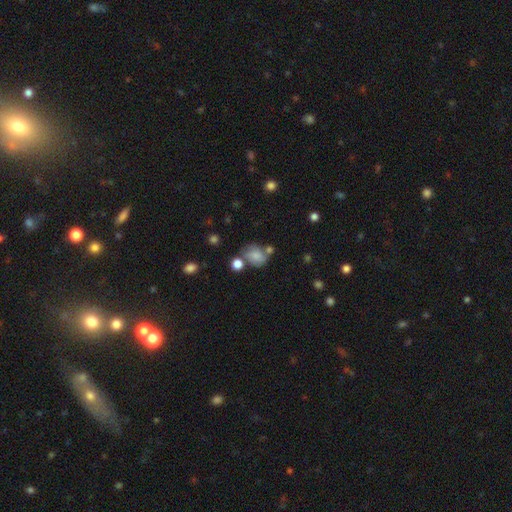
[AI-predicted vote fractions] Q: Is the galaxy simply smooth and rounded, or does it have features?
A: smooth — 72%.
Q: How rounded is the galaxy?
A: in between — 50%.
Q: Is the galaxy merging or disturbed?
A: none — 44%.